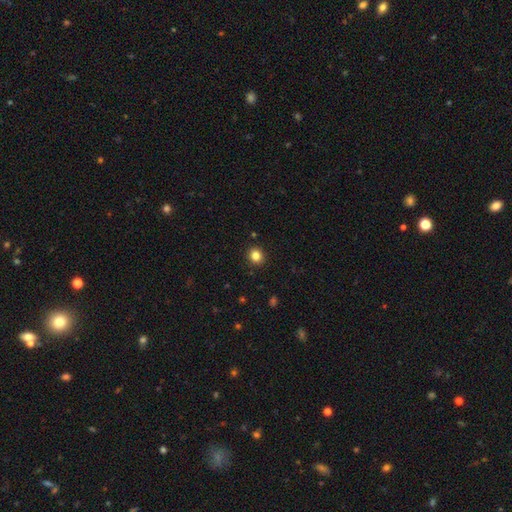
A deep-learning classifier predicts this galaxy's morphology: This is clearly a smooth galaxy (83%). How rounded: likely round (79%). Merging: clearly none (91%).